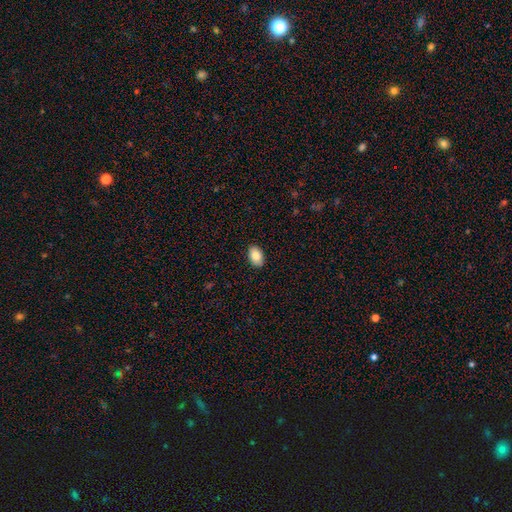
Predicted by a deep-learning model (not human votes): A smooth galaxy with no disk features (86%) that is in between round and cigar-shaped (92%). Merging: none (90%).